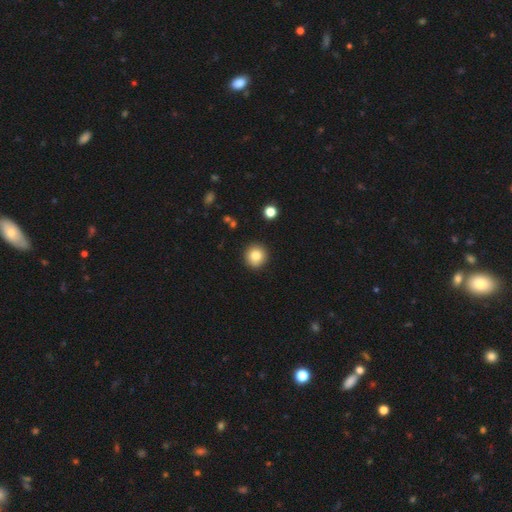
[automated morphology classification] type=smooth (82%); roundness=round (93%); merging=none (91%).